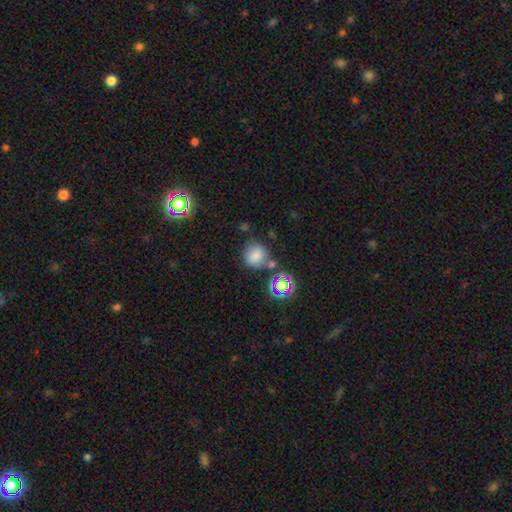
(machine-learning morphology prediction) Smooth or featured?
  - smooth: 75% *
  - star or artifact: 17%
  - featured or disk: 8%
How rounded?
  - round: 83% *
  - in between: 16%
  - cigar-shaped: 1%
Merging?
  - none: 65% *
  - merger: 16%
  - minor disturbance: 14%
  - major disturbance: 5%